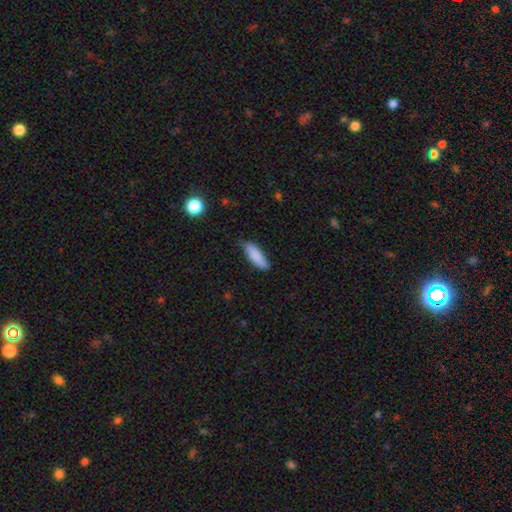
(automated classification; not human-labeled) smooth-or-featured: smooth: 85% | featured or disk: 9% | star or artifact: 6%
  how-rounded: cigar-shaped: 52% | in between: 46% | round: 2%
  merging: none: 72% | minor disturbance: 23% | major disturbance: 3% | merger: 1%